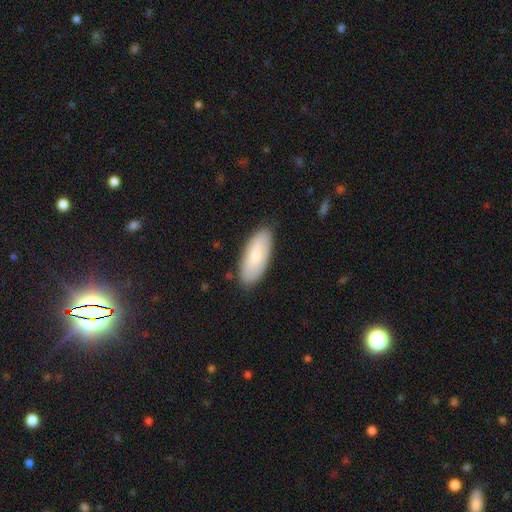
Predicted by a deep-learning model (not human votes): Smooth or featured? smooth (71%)
How rounded? in between (81%)
Merging? none (85%)